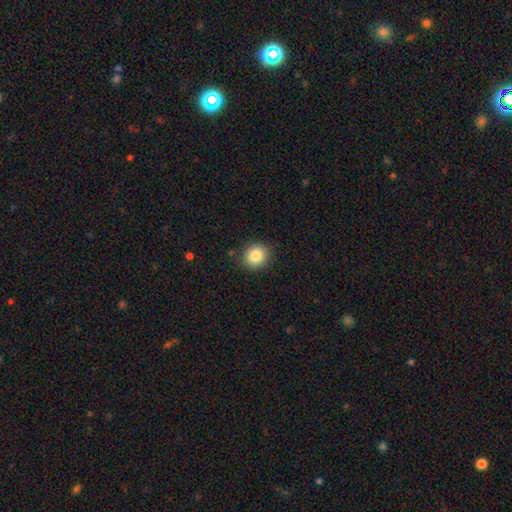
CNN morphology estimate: This is clearly a smooth galaxy (86%). How rounded: clearly round (81%). Merging: clearly none (88%).